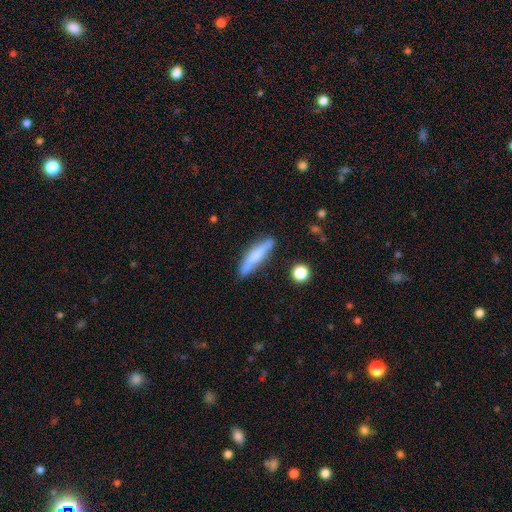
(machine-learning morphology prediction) type=smooth (63%); roundness=cigar-shaped (80%); merging=none (77%).